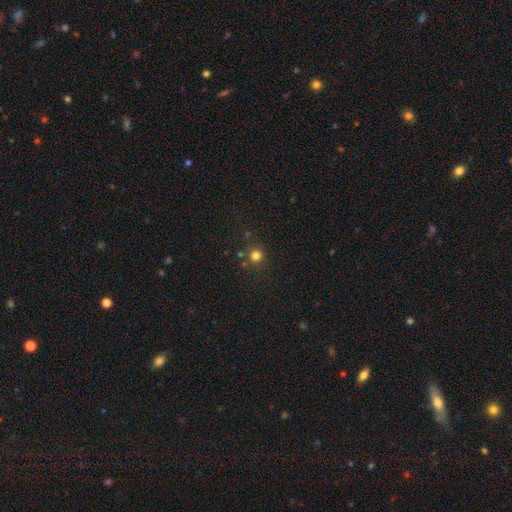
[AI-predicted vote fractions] Overall: smooth (78%). How rounded: round (93%). Merging: none (80%).